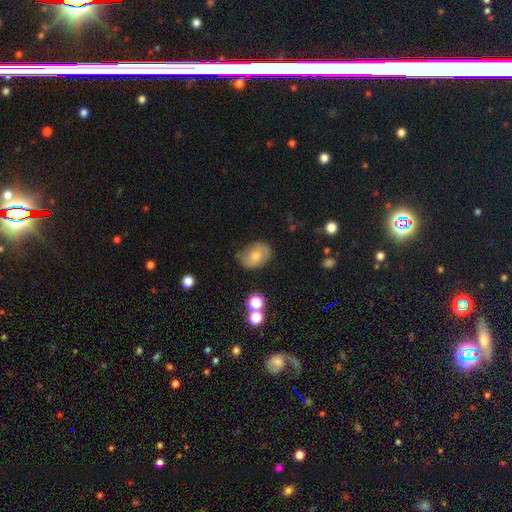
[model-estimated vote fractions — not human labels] smooth_or_featured: smooth (p=0.57) [alt: featured or disk p=0.32]
how_rounded: in between (p=0.68) [alt: round p=0.31]
merging: none (p=0.70) [alt: minor disturbance p=0.22]